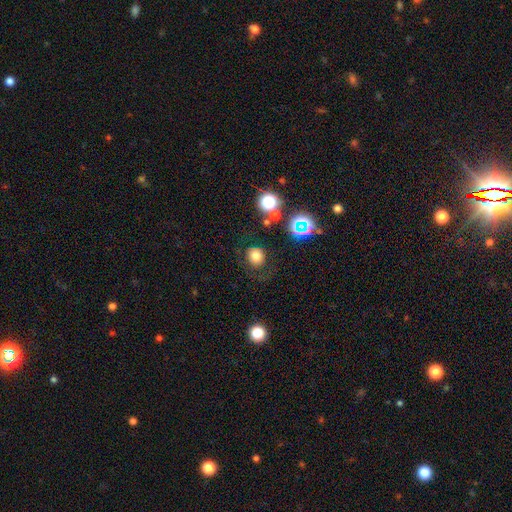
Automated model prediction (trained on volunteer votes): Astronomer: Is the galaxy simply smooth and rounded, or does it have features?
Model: smooth — 75%.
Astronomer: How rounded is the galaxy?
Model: round — 80%.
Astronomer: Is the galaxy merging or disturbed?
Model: none — 74%.